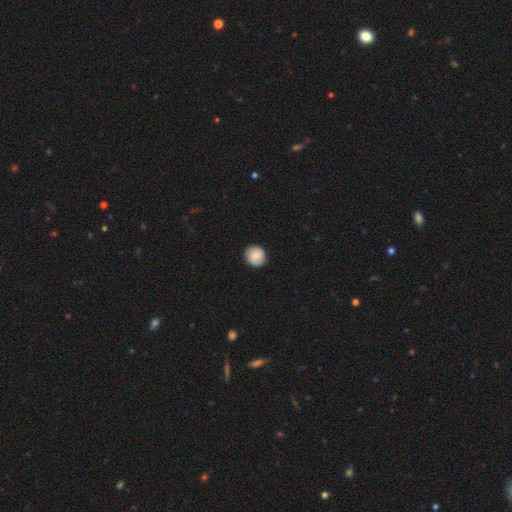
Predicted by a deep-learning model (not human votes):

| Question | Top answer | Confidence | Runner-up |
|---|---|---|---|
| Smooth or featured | smooth | 79% | featured or disk (14%) |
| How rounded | round | 88% | in between (11%) |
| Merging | none | 89% | minor disturbance (8%) |